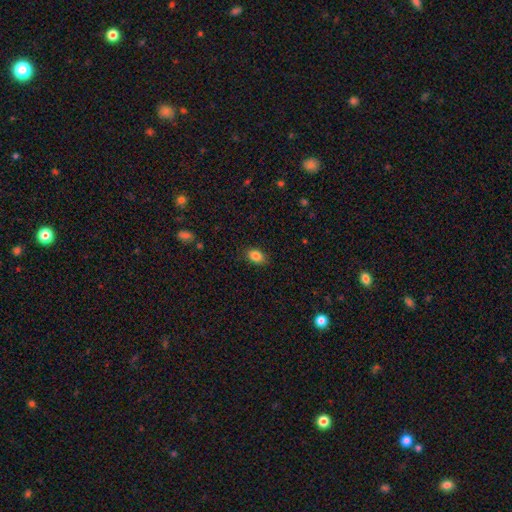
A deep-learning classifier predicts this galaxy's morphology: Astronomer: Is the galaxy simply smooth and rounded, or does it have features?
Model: smooth — 86%.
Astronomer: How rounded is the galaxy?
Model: in between — 84%.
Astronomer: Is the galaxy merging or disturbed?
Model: none — 85%.